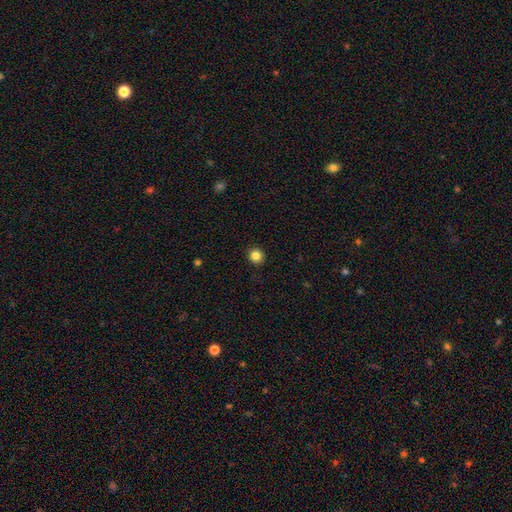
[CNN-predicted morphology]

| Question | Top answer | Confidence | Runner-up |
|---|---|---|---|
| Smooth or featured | smooth | 84% | star or artifact (12%) |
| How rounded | round | 93% | in between (6%) |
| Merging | none | 93% | minor disturbance (5%) |